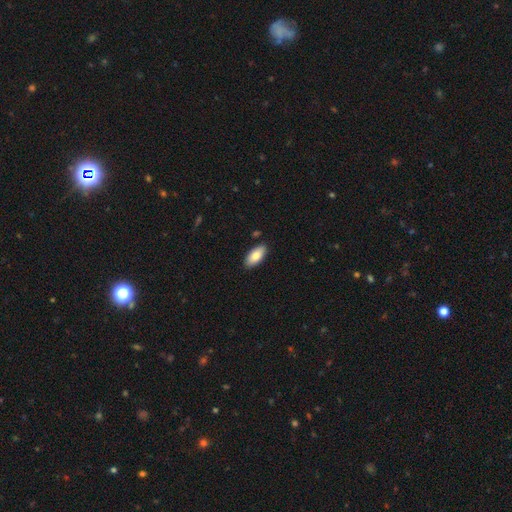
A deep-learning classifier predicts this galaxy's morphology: Overall: smooth (83%). How rounded: in between (91%). Merging: none (88%).